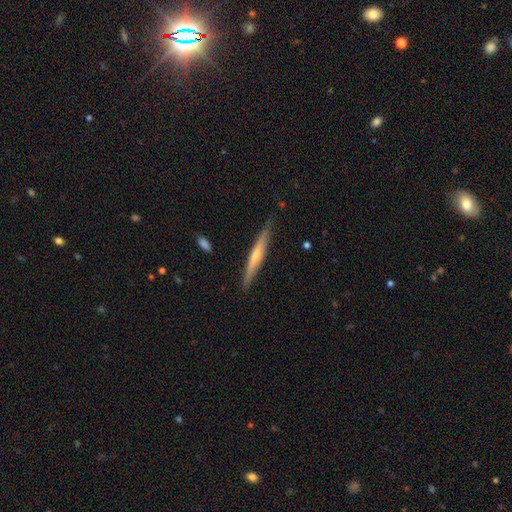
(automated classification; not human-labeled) Overall: featured or disk (55%; smooth 39%). Edge-on disk: yes (96%). Edge-on bulge: rounded (53%; none 39%). Merging: none (87%).